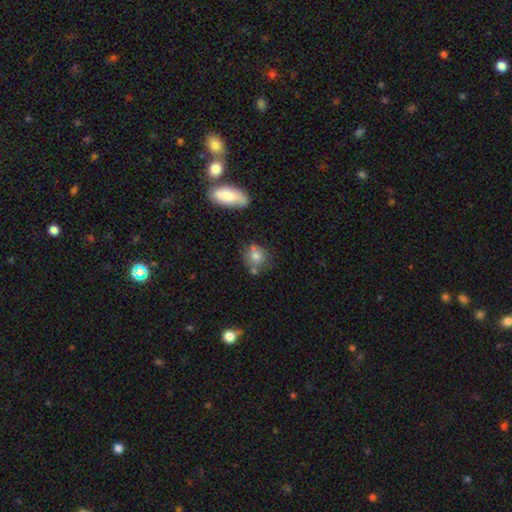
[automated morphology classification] smooth_or_featured: smooth (p=0.76) [alt: featured or disk p=0.13]
how_rounded: round (p=0.80) [alt: in between p=0.19]
merging: none (p=0.62) [alt: minor disturbance p=0.17]